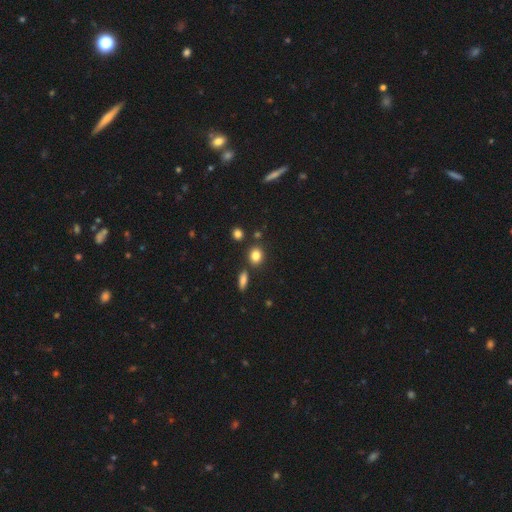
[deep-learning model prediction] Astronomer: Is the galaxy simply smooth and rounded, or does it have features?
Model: smooth — 83%.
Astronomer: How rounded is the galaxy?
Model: round — 65%.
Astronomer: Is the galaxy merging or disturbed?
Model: none — 79%.